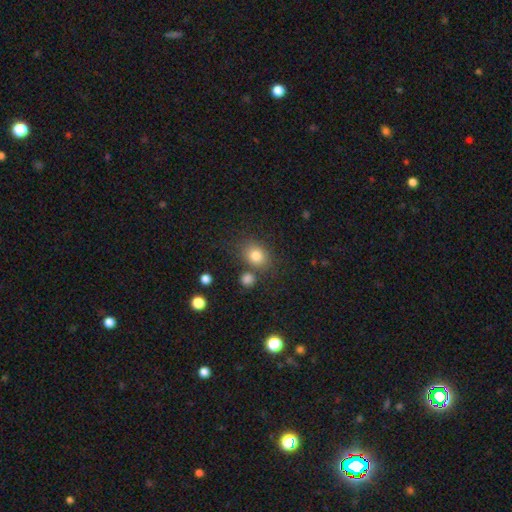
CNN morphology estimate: Smooth or featured: smooth — 80% (star or artifact — 11%)
How rounded: round — 56% (in between — 43%)
Merging: none — 69% (merger — 13%)